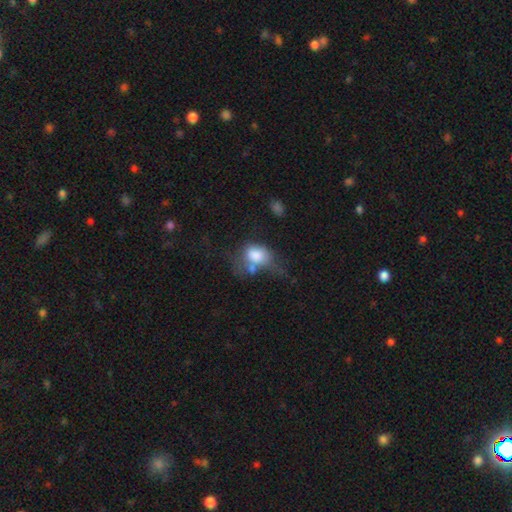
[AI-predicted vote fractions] A smooth galaxy with no disk features (71%) that is in between round and cigar-shaped (63%).

Vote fractions:
- Smooth or featured? smooth: 71% / featured or disk: 19% / star or artifact: 10%
- How rounded? in between: 63% / round: 35% / cigar-shaped: 1%
- Merging? major disturbance: 30% / merger: 29% / minor disturbance: 21% / none: 20%